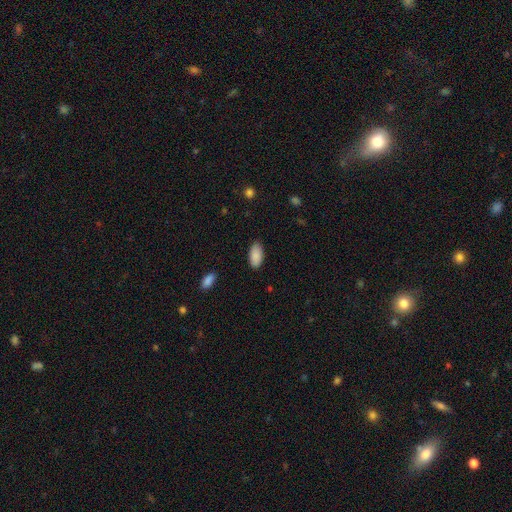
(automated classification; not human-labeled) Q: Smooth or featured?
A: smooth (89%); runner-up: star or artifact (6%)
Q: How rounded?
A: in between (94%); runner-up: cigar-shaped (4%)
Q: Merging?
A: none (85%); runner-up: minor disturbance (11%)